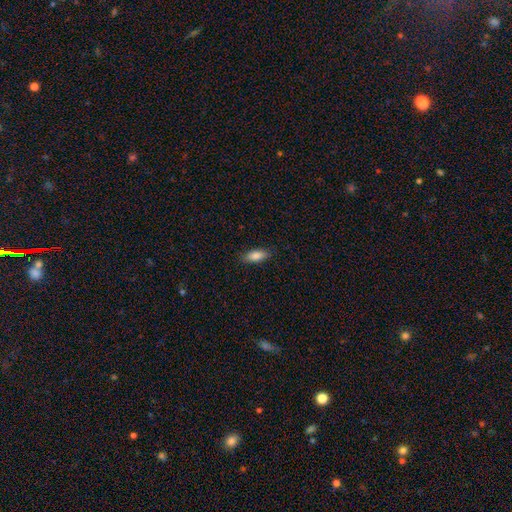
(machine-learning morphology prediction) smooth-or-featured: smooth: 86% | featured or disk: 8% | star or artifact: 7%
  how-rounded: in between: 78% | cigar-shaped: 19% | round: 2%
  merging: none: 87% | minor disturbance: 10% | major disturbance: 2% | merger: 1%